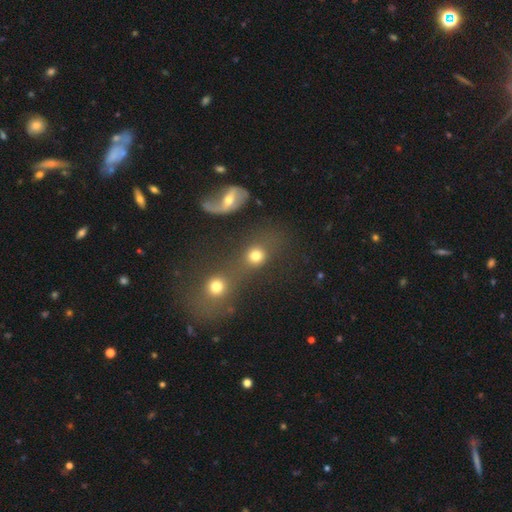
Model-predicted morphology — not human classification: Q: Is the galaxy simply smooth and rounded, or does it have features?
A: smooth — 77%.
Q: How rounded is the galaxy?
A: round — 78%.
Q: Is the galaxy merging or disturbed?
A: none — 46%.